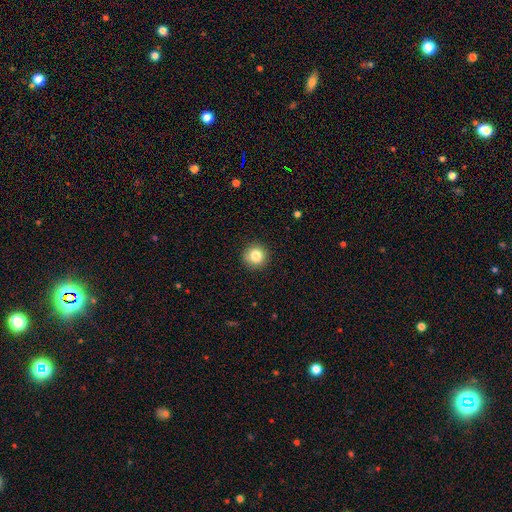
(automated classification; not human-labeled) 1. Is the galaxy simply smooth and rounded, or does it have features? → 84% smooth, 11% star or artifact, 6% featured or disk.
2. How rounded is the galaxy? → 95% round, 4% in between, 1% cigar-shaped.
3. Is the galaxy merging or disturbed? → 91% none, 6% minor disturbance, 2% major disturbance, 1% merger.